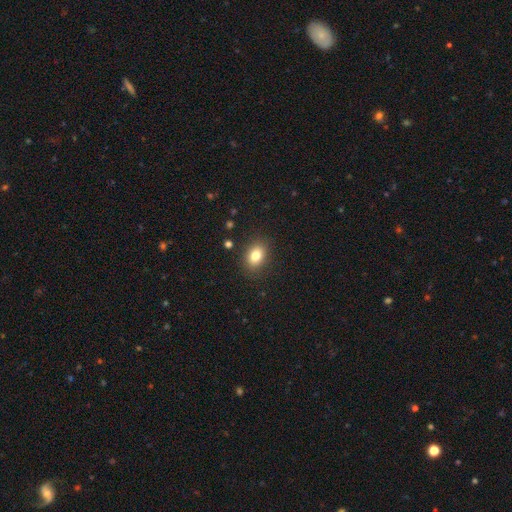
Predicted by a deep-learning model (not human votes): Smooth or featured? Predicted: smooth (p=0.80). How rounded? Predicted: in between (p=0.65). Merging? Predicted: none (p=0.87).